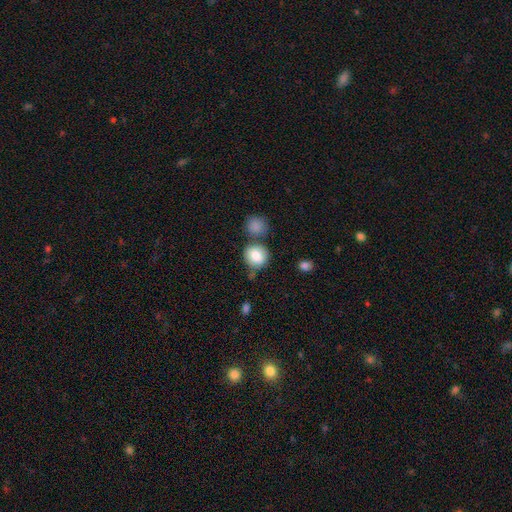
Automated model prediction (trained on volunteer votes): smooth_or_featured: smooth (p=0.84) [alt: star or artifact p=0.08]
how_rounded: round (p=0.73) [alt: in between p=0.26]
merging: none (p=0.61) [alt: merger p=0.18]